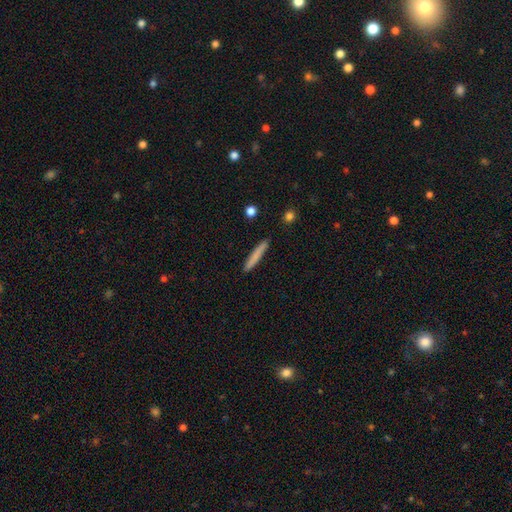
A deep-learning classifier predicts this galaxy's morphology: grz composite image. It shows a smooth galaxy with no disk features (77%) that is cigar-shaped (95%). Merging: none (90%).